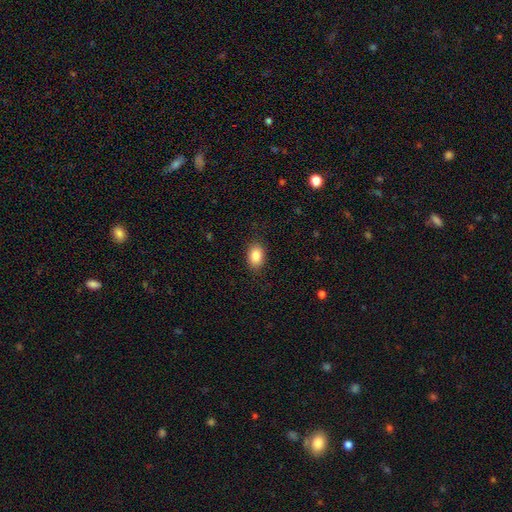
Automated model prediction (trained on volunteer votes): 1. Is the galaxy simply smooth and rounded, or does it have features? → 87% smooth, 8% star or artifact, 5% featured or disk.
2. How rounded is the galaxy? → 82% in between, 16% round, 1% cigar-shaped.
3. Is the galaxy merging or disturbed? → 86% none, 10% minor disturbance, 3% major disturbance, 1% merger.